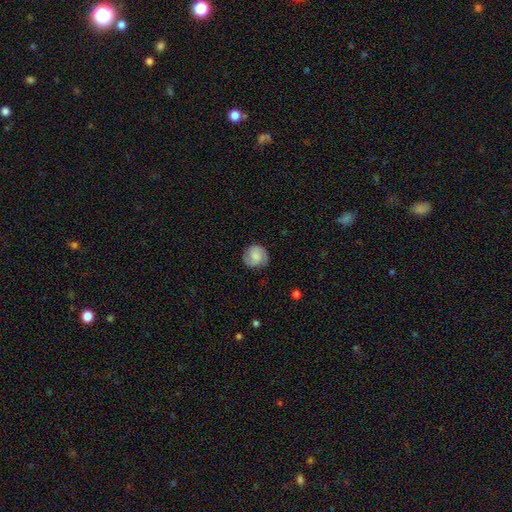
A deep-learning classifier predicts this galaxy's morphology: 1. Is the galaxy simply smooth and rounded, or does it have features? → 61% smooth, 31% featured or disk, 8% star or artifact.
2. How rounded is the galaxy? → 88% round, 11% in between, 1% cigar-shaped.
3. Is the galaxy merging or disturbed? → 78% none, 16% minor disturbance, 4% major disturbance, 1% merger.